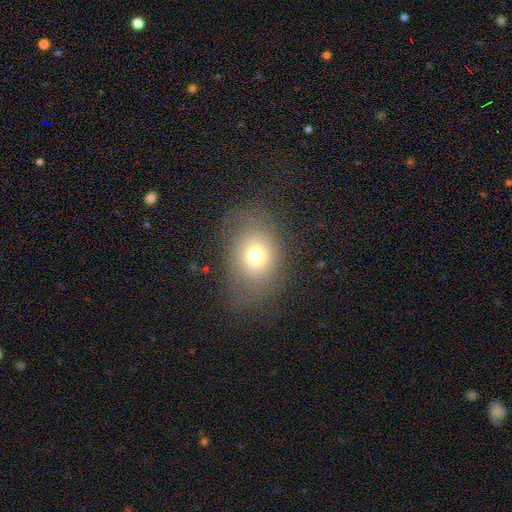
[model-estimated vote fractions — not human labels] A smooth galaxy with no disk features (69%) that is in between round and cigar-shaped (59%). Merging: none (70%).